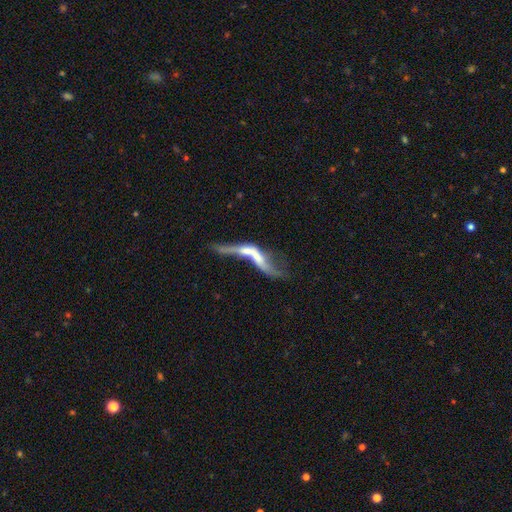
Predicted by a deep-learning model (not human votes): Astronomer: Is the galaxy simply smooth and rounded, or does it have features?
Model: featured or disk — 64%.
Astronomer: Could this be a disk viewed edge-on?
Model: no — 75%.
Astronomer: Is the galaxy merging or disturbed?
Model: merger — 60%.